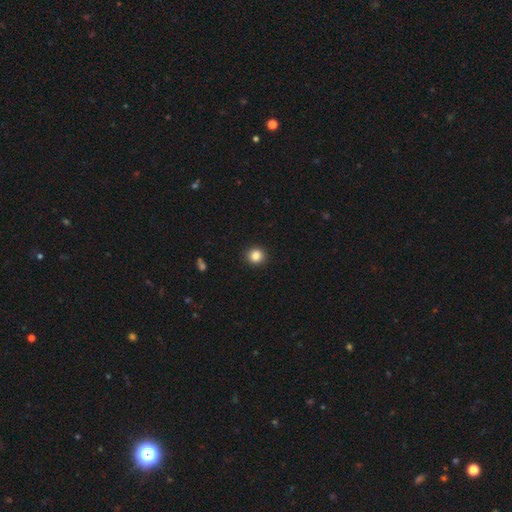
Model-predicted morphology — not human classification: This is clearly a smooth galaxy (86%). How rounded: clearly round (92%). Merging: clearly none (93%).